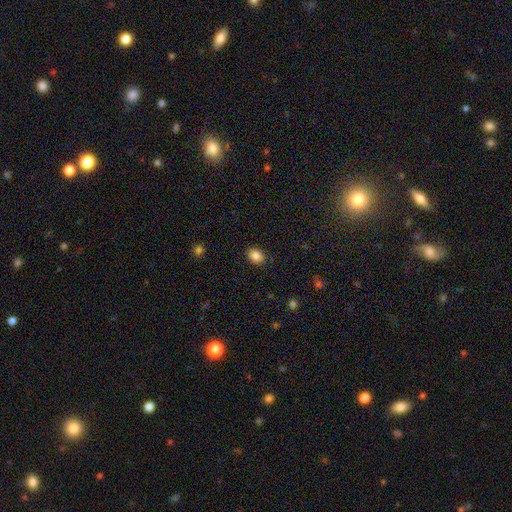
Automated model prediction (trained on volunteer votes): A smooth galaxy with no disk features (85%) that is in between round and cigar-shaped (52%). Merging: none (89%).